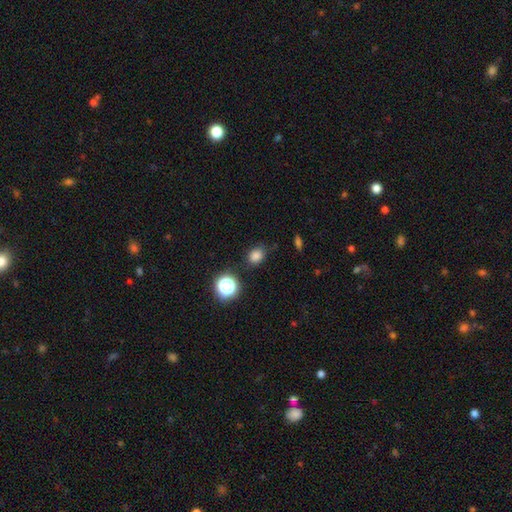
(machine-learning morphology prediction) A smooth galaxy with no disk features (81%) that is round (55%). Merging: none (79%).